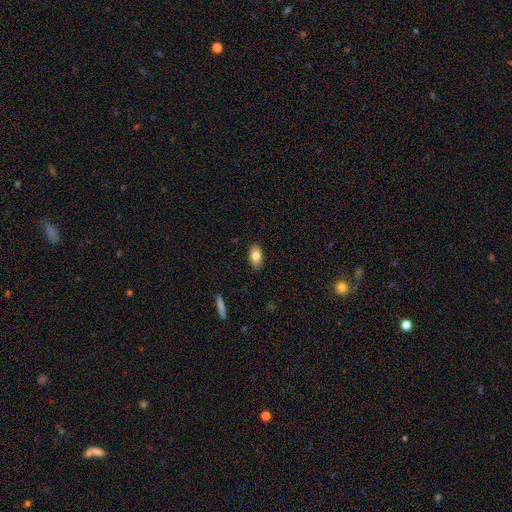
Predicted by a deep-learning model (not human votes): This is clearly a smooth galaxy (81%). How rounded: clearly in between (91%). Merging: clearly none (88%).